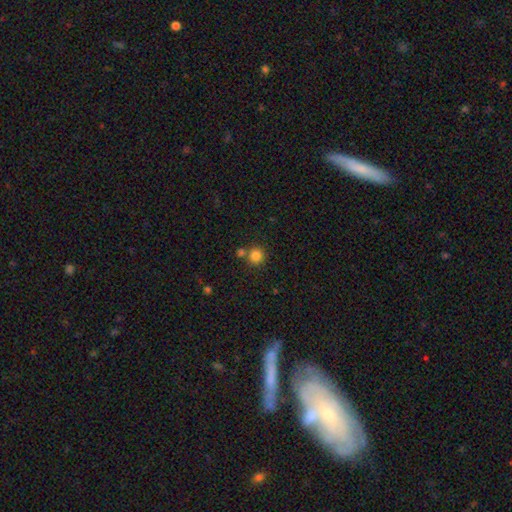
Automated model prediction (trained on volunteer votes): smooth 83%, star or artifact 12%, featured or disk 5%. Down the decision tree: how rounded — round (93%); merging — none (72%).